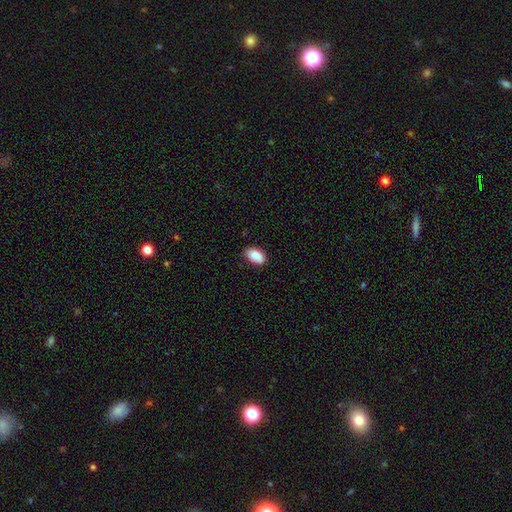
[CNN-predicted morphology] This appears to be a smooth galaxy with no disk features (89%) that is in between round and cigar-shaped (93%). Merging: none (80%).